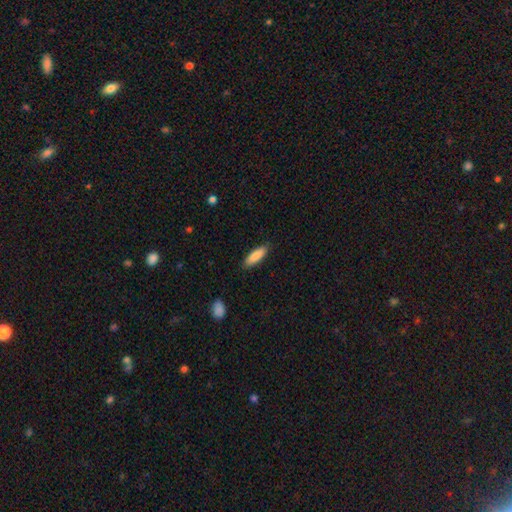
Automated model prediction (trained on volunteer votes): Morphology: type=smooth (87%); roundness=in between (50%); merging=none (87%).